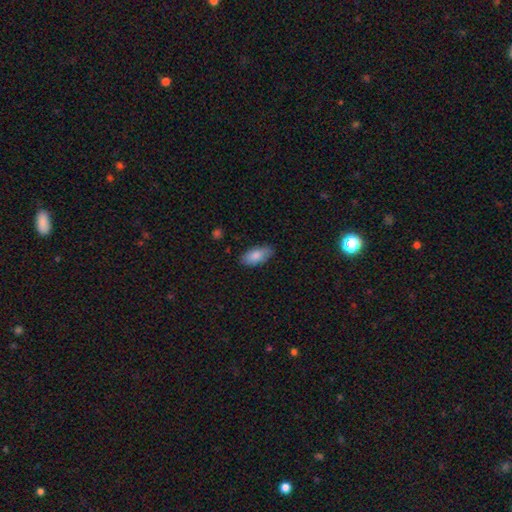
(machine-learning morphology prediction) Smooth or featured? Predicted: smooth (p=0.84). How rounded? Predicted: in between (p=0.92). Merging? Predicted: none (p=0.82).